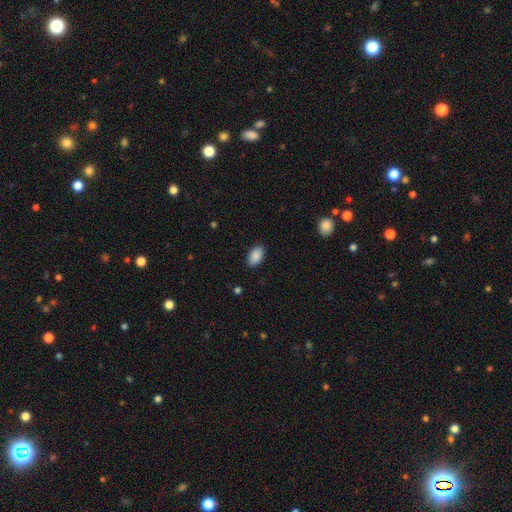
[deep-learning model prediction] smooth 90%, star or artifact 7%, featured or disk 3%. Down the decision tree: how rounded — in between (93%); merging — none (89%).